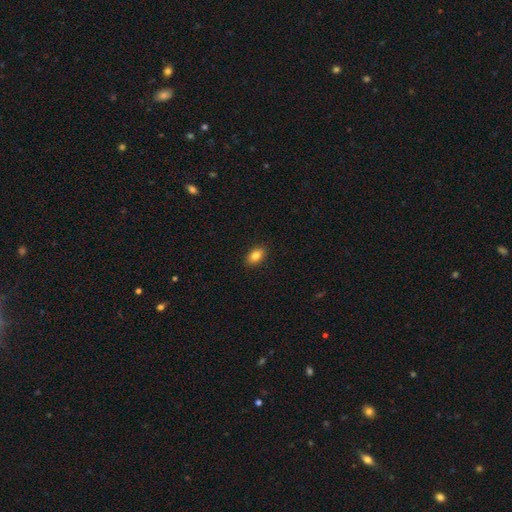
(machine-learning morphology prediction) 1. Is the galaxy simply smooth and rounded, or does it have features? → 84% smooth, 9% star or artifact, 8% featured or disk.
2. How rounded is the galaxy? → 86% in between, 12% round, 2% cigar-shaped.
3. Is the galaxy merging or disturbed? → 89% none, 8% minor disturbance, 2% major disturbance, 1% merger.